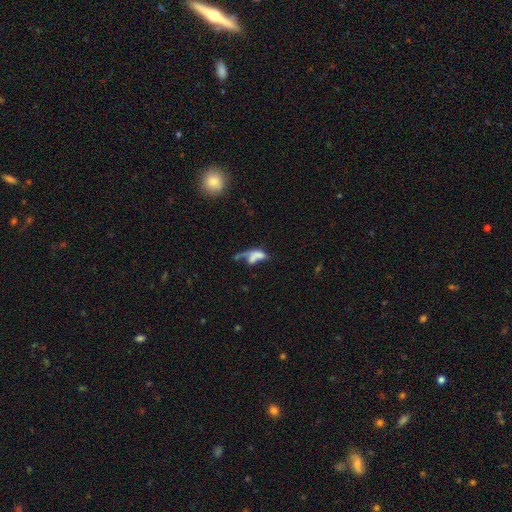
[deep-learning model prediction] Smooth or featured: smooth — 51% (featured or disk — 35%)
How rounded: in between — 69% (cigar-shaped — 23%)
Merging: merger — 37% (major disturbance — 32%)